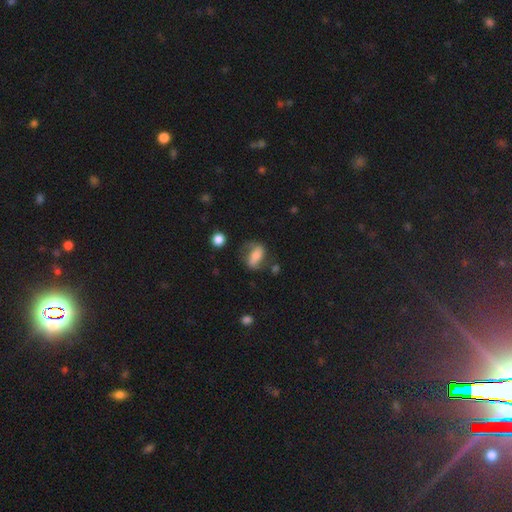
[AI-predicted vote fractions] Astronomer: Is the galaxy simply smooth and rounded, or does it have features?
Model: smooth — 48% (runner-up: featured or disk, 44%).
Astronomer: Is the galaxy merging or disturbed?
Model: none — 56%.